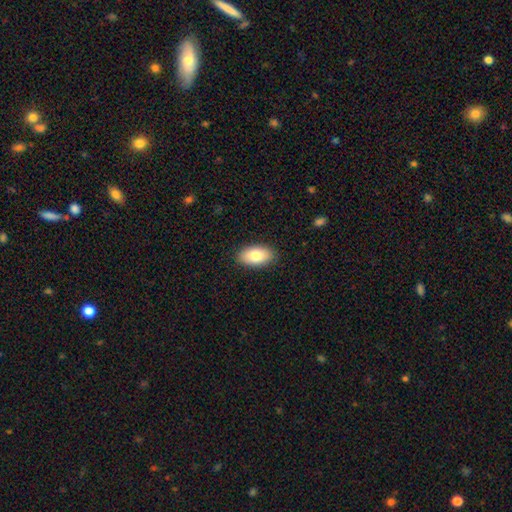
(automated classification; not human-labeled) Q: Smooth or featured?
A: smooth (81%); runner-up: featured or disk (13%)
Q: How rounded?
A: in between (94%); runner-up: round (4%)
Q: Merging?
A: none (89%); runner-up: minor disturbance (8%)